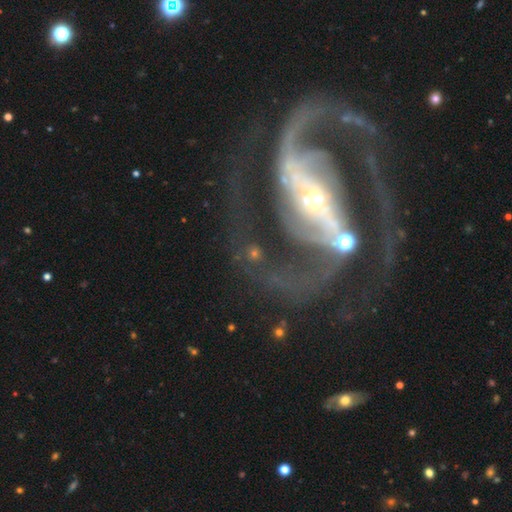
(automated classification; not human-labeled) Smooth or featured: featured or disk — 93% (star or artifact — 5%)
Edge-on disk: no — 98% (yes — 2%)
Bar: strong — 67% (weak — 22%)
Spiral arms: yes — 98% (no — 2%)
Spiral winding: medium — 61% (loose — 20%)
Spiral arm count: 2 — 89% (3 — 4%)
Bulge size: small — 65% (moderate — 29%)
Merging: none — 67% (major disturbance — 16%)